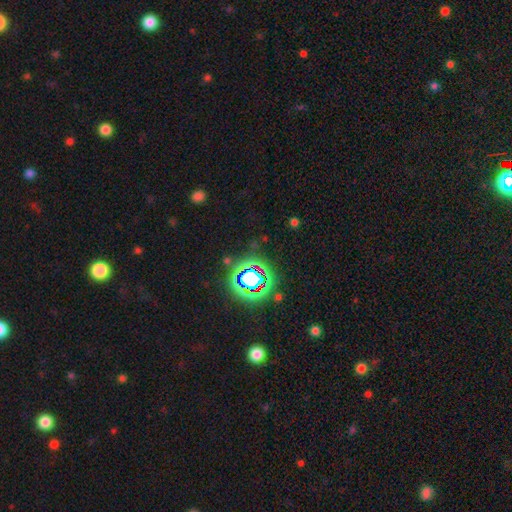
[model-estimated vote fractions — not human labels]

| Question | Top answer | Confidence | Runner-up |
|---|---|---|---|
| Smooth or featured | star or artifact | 79% | smooth (13%) |